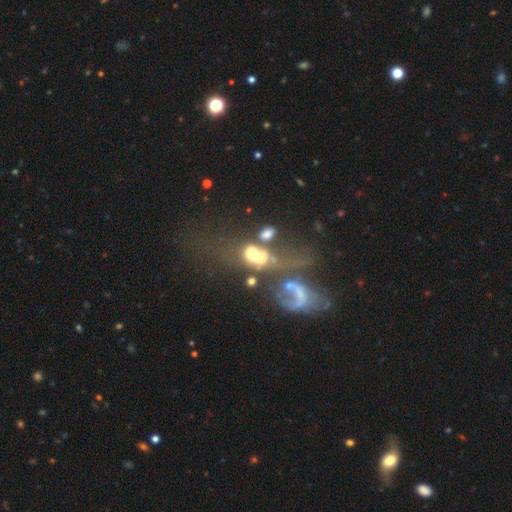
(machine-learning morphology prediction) smooth-or-featured: featured or disk: 42% | smooth: 41% | star or artifact: 17%
  merging: merger: 53% | major disturbance: 27% | none: 13% | minor disturbance: 7%